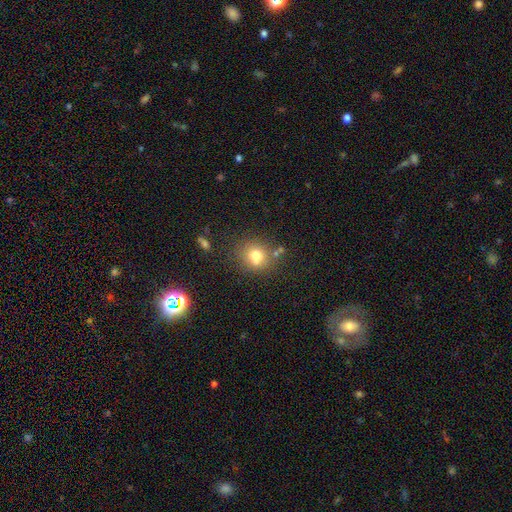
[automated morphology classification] A smooth galaxy with no disk features (75%) that is round (78%). Merging: none (70%).